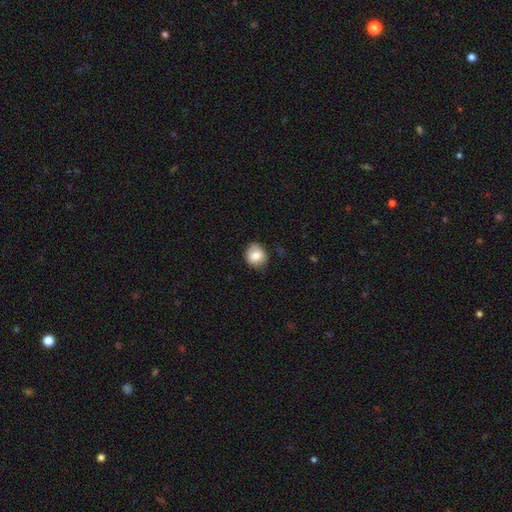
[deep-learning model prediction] Overall: smooth (81%). How rounded: round (75%). Merging: none (74%).